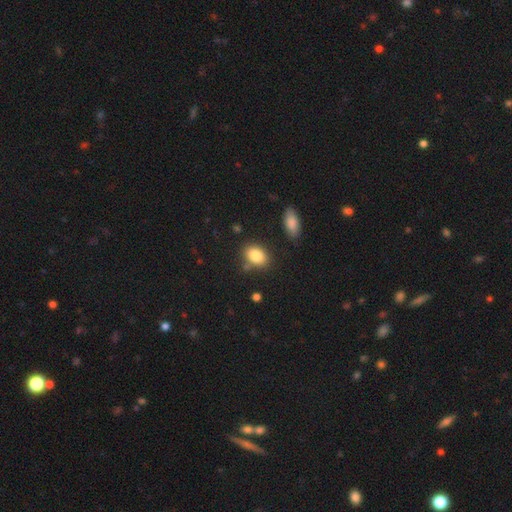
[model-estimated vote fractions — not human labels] Smooth or featured? Predicted: smooth (p=0.85). How rounded? Predicted: in between (p=0.81). Merging? Predicted: none (p=0.76).